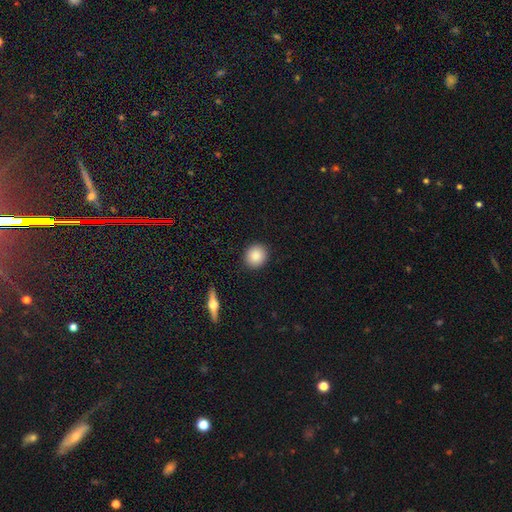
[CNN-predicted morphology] Smooth or featured? Predicted: smooth (p=0.87). How rounded? Predicted: round (p=0.83). Merging? Predicted: none (p=0.91).